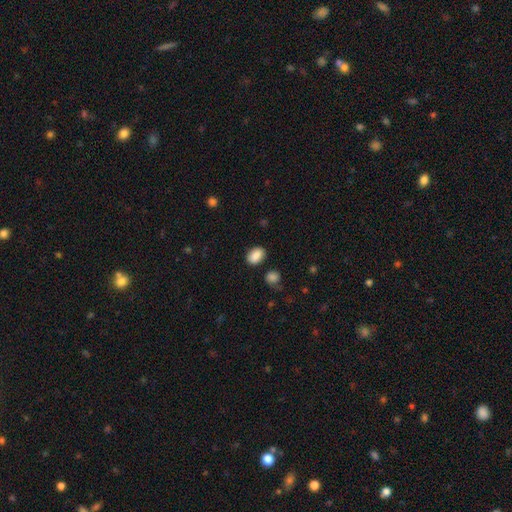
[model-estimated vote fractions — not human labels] Overall: smooth (87%). How rounded: in between (76%). Merging: none (81%).